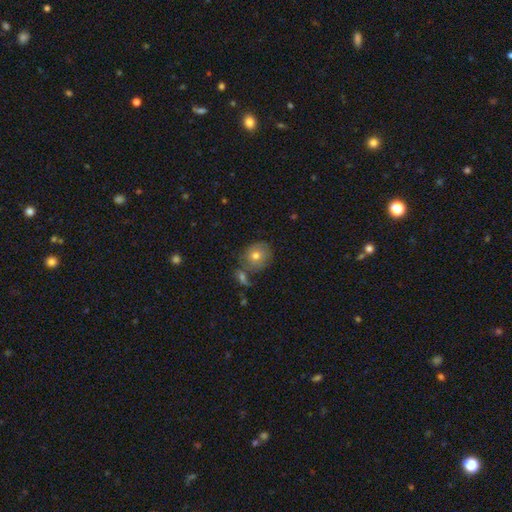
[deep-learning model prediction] The model was most divided on "merging": none: 64%, merger: 17%, minor disturbance: 14%, major disturbance: 5%. More confident: how rounded — round (80%); smooth or featured — smooth (74%).